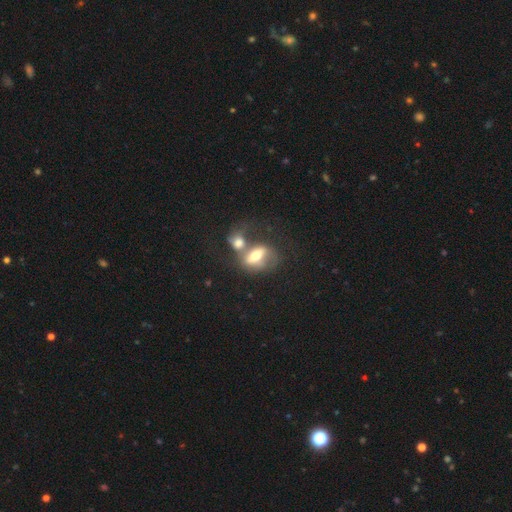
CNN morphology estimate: smooth_or_featured: smooth (p=0.52) [alt: featured or disk p=0.39]
how_rounded: in between (p=0.79) [alt: round p=0.15]
merging: merger (p=0.67) [alt: none p=0.16]